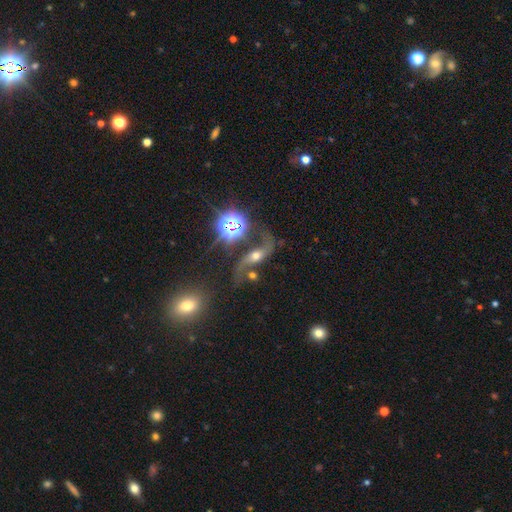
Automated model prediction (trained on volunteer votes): Overall: featured or disk (69%). Edge-on disk: no (91%). Bar: no (58%; weak 27%). Spiral arms: yes (91%). Spiral arm count: 2 (91%). Spiral winding: loose (91%). Bulge size: moderate (58%). Merging: none (51%; major disturbance 17%).